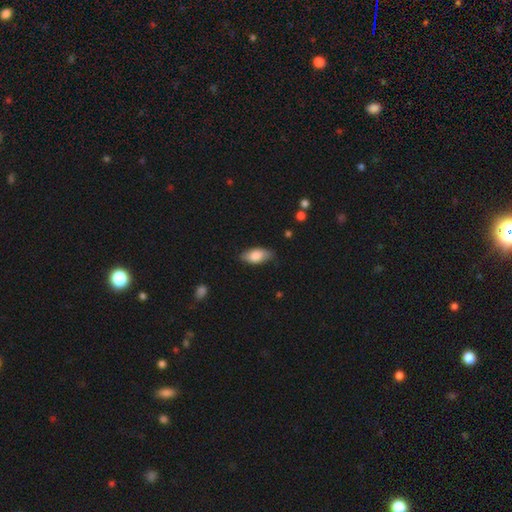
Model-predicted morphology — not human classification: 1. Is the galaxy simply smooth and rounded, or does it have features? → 81% smooth, 13% featured or disk, 6% star or artifact.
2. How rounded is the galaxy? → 90% in between, 7% cigar-shaped, 3% round.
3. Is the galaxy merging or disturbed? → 79% none, 17% minor disturbance, 3% major disturbance, 1% merger.